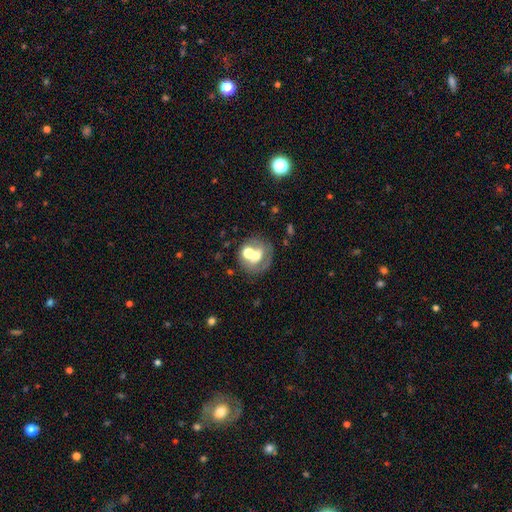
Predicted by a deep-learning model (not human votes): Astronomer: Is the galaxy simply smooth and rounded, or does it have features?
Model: smooth — 49% (runner-up: featured or disk, 37%).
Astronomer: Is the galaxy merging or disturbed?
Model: none — 48% (runner-up: merger, 33%).